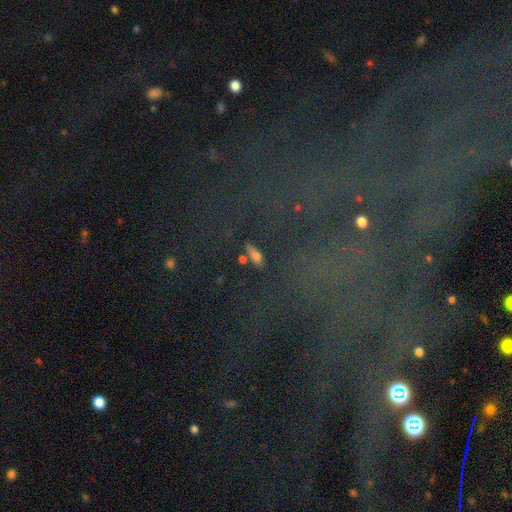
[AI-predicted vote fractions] This is possibly a smooth galaxy (51%). How rounded: possibly in between (56%). Merging: clearly none (80%).